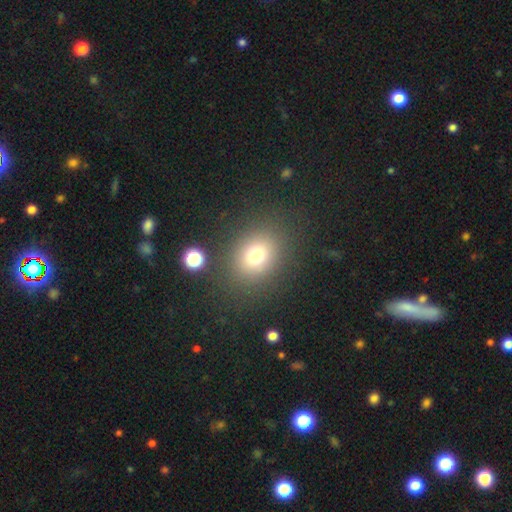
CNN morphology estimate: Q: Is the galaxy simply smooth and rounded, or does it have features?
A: smooth — 73%.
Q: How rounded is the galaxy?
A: round — 59%.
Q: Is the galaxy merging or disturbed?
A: none — 83%.